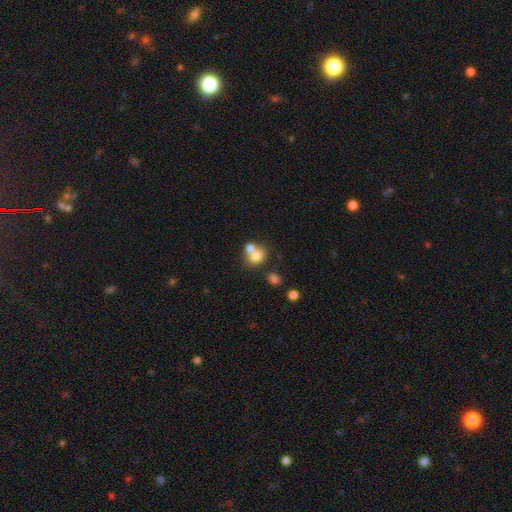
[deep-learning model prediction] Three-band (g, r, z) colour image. It shows a smooth galaxy with no disk features (74%) that is round (71%). Merging: merger (50%).